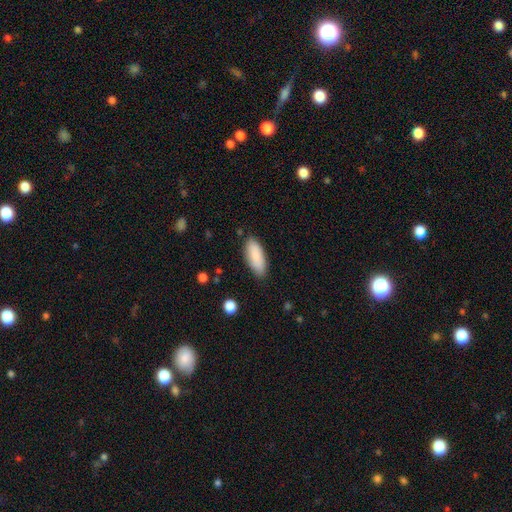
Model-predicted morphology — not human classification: smooth-or-featured: smooth: 85% | featured or disk: 9% | star or artifact: 6%
  how-rounded: in between: 78% | cigar-shaped: 20% | round: 2%
  merging: none: 84% | minor disturbance: 12% | major disturbance: 2% | merger: 1%